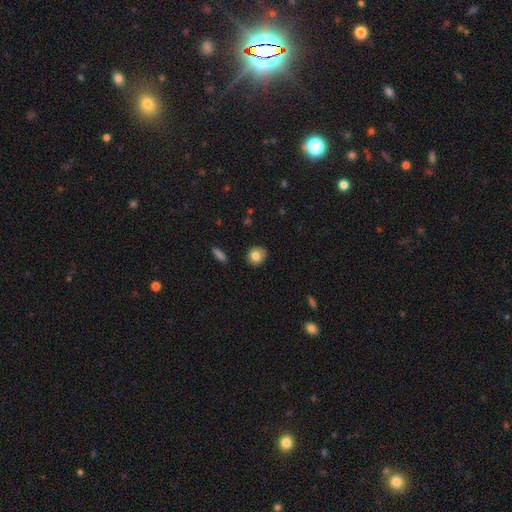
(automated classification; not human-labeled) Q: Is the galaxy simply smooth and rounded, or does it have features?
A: smooth — 80%.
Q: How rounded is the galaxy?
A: round — 81%.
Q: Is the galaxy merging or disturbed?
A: none — 86%.